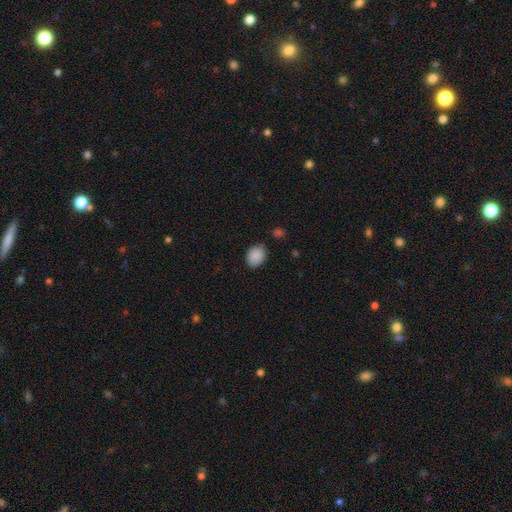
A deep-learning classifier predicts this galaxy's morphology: Smooth or featured: smooth — 89% (star or artifact — 8%)
How rounded: in between — 58% (round — 41%)
Merging: none — 77% (minor disturbance — 17%)